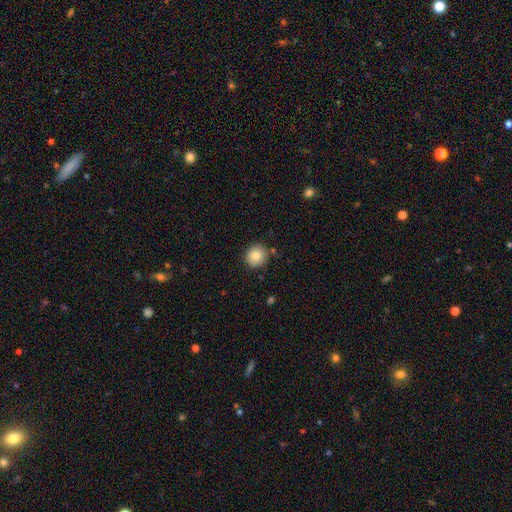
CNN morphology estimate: Overall: smooth (84%). How rounded: round (90%). Merging: none (85%).